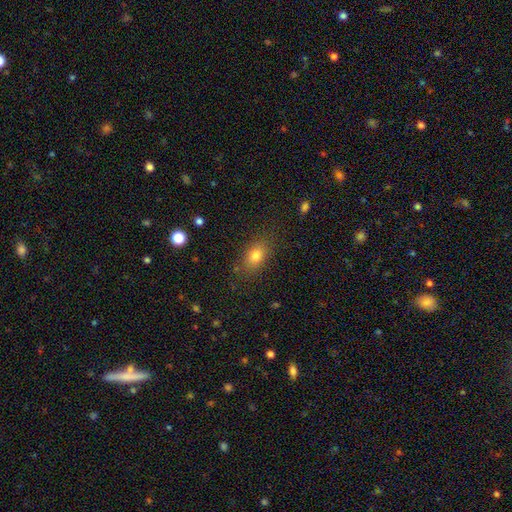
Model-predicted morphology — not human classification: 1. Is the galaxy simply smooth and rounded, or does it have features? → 79% smooth, 11% star or artifact, 10% featured or disk.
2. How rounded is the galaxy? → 79% in between, 17% round, 4% cigar-shaped.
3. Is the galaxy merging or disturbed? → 81% none, 13% minor disturbance, 4% major disturbance, 2% merger.